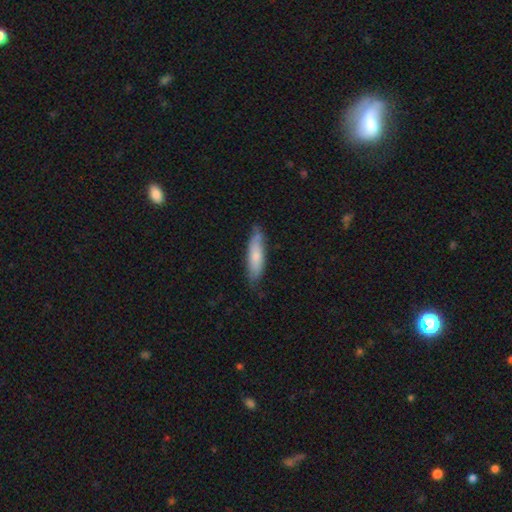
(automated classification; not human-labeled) smooth_or_featured: smooth (p=0.70) [alt: featured or disk p=0.24]
how_rounded: cigar-shaped (p=0.66) [alt: in between p=0.32]
merging: none (p=0.73) [alt: minor disturbance p=0.21]